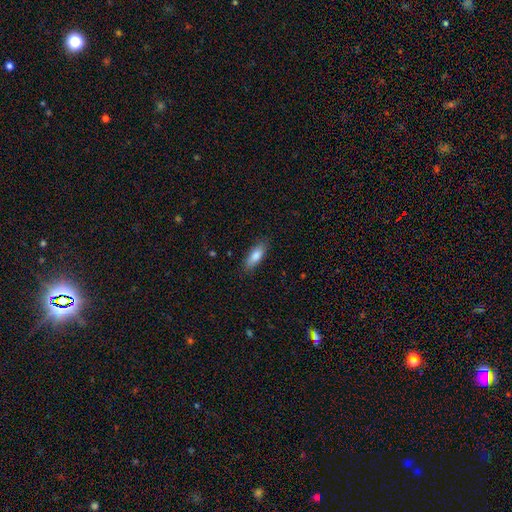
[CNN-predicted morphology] smooth-or-featured: smooth: 82% | featured or disk: 12% | star or artifact: 6%
  how-rounded: in between: 65% | cigar-shaped: 33% | round: 2%
  merging: none: 84% | minor disturbance: 12% | major disturbance: 3% | merger: 1%